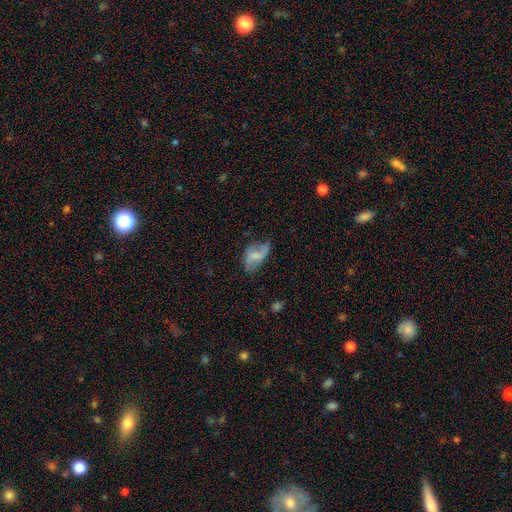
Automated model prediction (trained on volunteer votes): A featured or disk galaxy (52%).

Vote fractions:
- Smooth or featured? featured or disk: 52% / smooth: 41% / star or artifact: 8%
- Edge-on disk? no: 94% / yes: 6%
- Merging? none: 53% / minor disturbance: 30% / major disturbance: 15% / merger: 2%